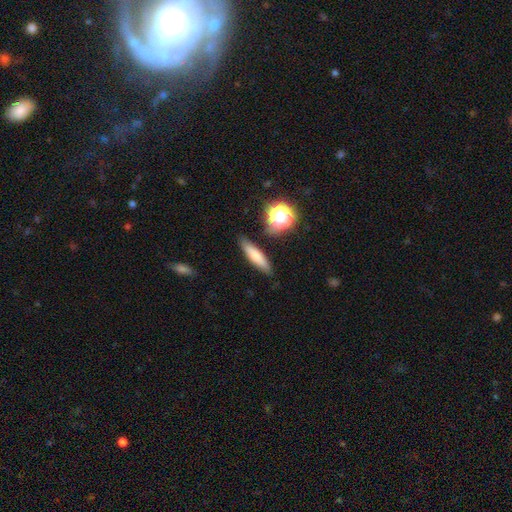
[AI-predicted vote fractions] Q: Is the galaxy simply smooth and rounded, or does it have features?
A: smooth — 69%.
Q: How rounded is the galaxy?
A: cigar-shaped — 71%.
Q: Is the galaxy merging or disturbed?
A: none — 83%.